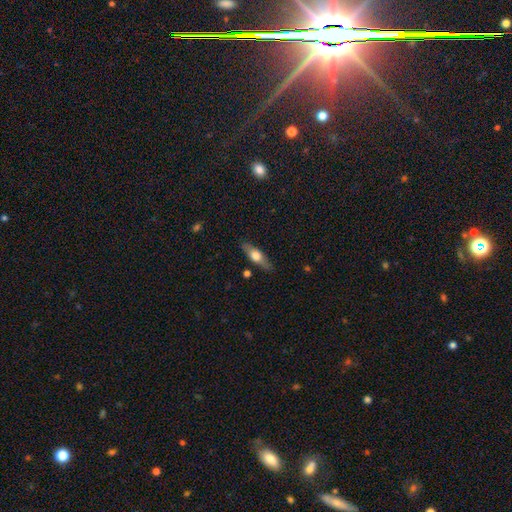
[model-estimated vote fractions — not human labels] Morphology: type=smooth (47%, tied with featured or disk); merging=none (86%).